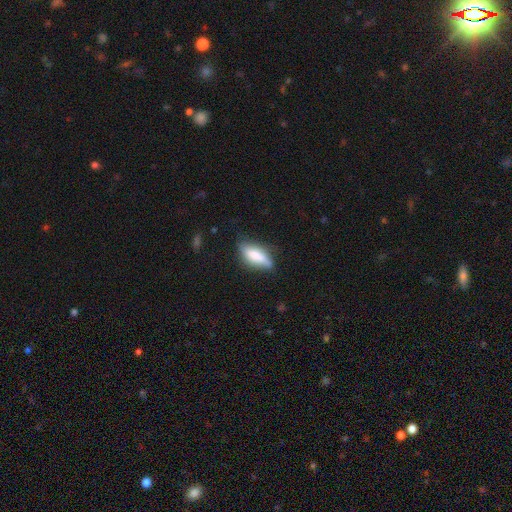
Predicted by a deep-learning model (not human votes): Smooth or featured?
  - smooth: 68% *
  - featured or disk: 26%
  - star or artifact: 7%
How rounded?
  - in between: 67% *
  - cigar-shaped: 31%
  - round: 3%
Merging?
  - none: 59% *
  - minor disturbance: 30%
  - major disturbance: 8%
  - merger: 3%